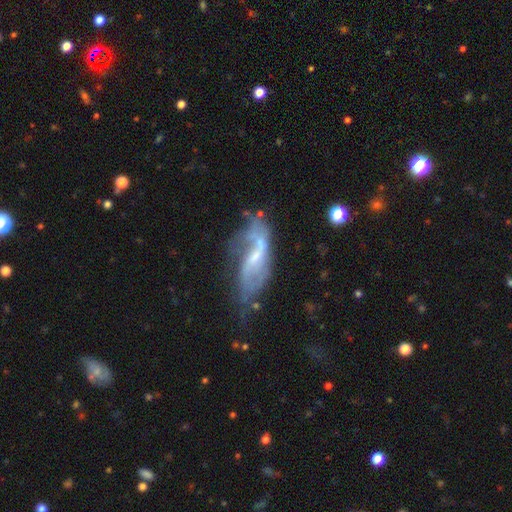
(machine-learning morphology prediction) featured or disk 71%, smooth 20%, star or artifact 9%. Down the decision tree: edge-on disk — no (87%); bar — weak (47%); spiral arms — yes (77%); bulge size — small (52%); merging — none (42%).